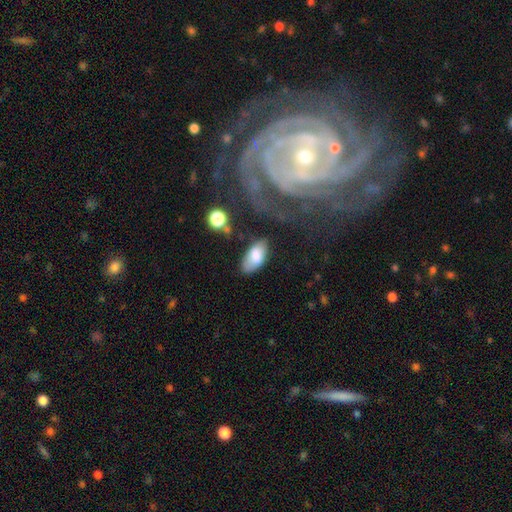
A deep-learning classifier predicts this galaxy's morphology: Overall: smooth (78%). How rounded: in between (93%). Merging: none (72%).